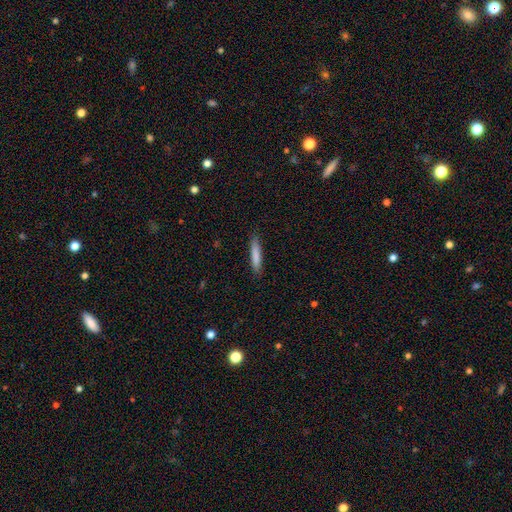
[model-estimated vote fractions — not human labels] Smooth or featured: smooth — 82% (featured or disk — 12%)
How rounded: cigar-shaped — 90% (in between — 9%)
Merging: none — 86% (minor disturbance — 10%)